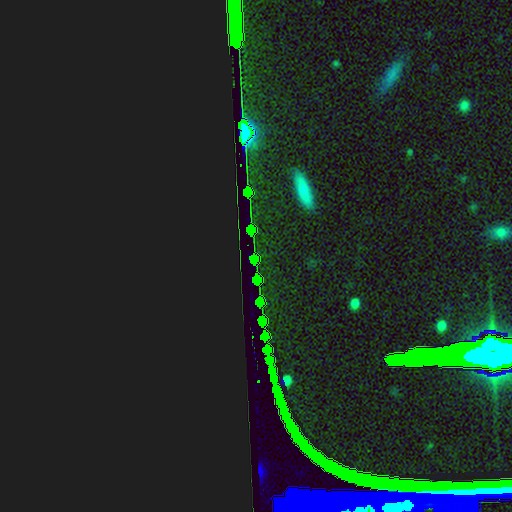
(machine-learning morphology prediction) This appears to be a star or artifact, not a galaxy (79%).